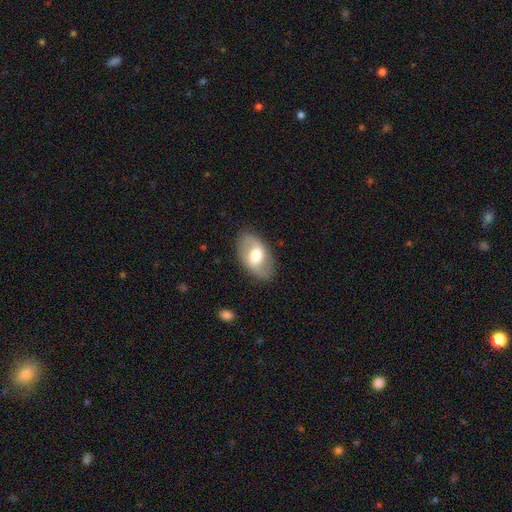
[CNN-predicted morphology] smooth-or-featured: featured or disk: 56% | smooth: 38% | star or artifact: 6%
  disk-edge-on: no: 93% | yes: 7%
    bar: weak: 45% | no: 33% | strong: 22%
    has-spiral-arms: yes: 67% | no: 33%
    bulge-size: moderate: 64% | large: 22% | small: 10% | dominant: 2% | none: 1%
  merging: none: 85% | minor disturbance: 11% | major disturbance: 4% | merger: 1%